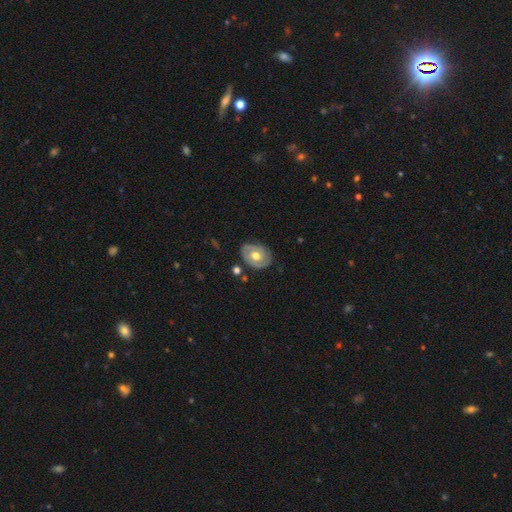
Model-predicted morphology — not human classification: Smooth or featured?
  - featured or disk: 59% *
  - smooth: 35%
  - star or artifact: 6%
Edge-on disk?
  - no: 95% *
  - yes: 5%
Bar?
  - no: 76% *
  - weak: 20%
  - strong: 5%
Spiral arms?
  - no: 52% *
  - yes: 48%
Bulge size?
  - moderate: 72% *
  - large: 21%
  - small: 5%
  - dominant: 1%
  - none: 1%
Merging?
  - none: 79% *
  - minor disturbance: 15%
  - major disturbance: 4%
  - merger: 2%